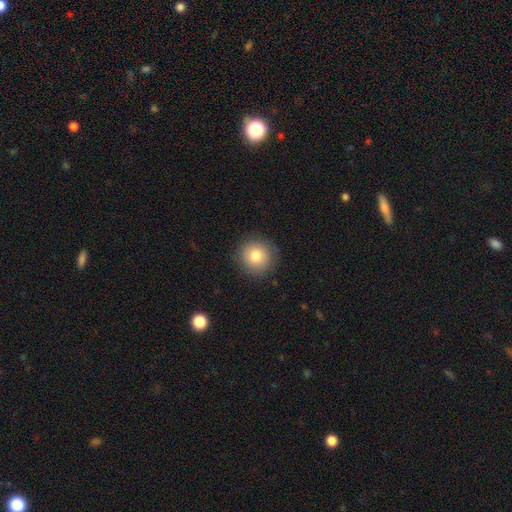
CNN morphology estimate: Smooth or featured? Predicted: smooth (p=0.79). How rounded? Predicted: round (p=0.94). Merging? Predicted: none (p=0.89).